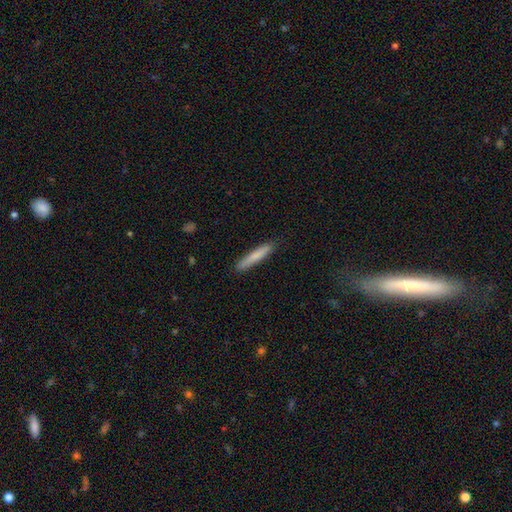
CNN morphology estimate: Q: Smooth or featured?
A: smooth (78%); runner-up: featured or disk (16%)
Q: How rounded?
A: cigar-shaped (94%); runner-up: in between (5%)
Q: Merging?
A: none (88%); runner-up: minor disturbance (9%)